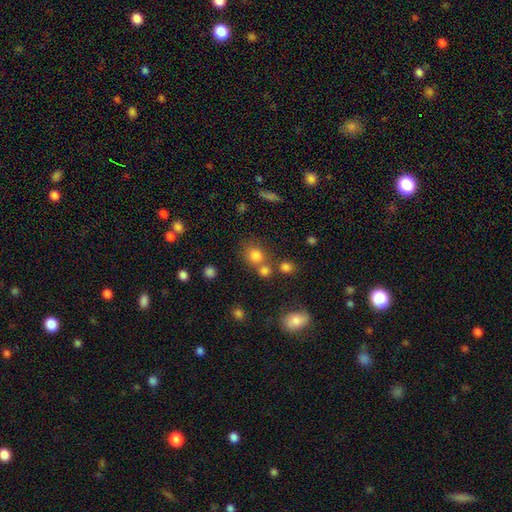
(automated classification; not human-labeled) Smooth or featured? smooth (78%)
How rounded? round (78%)
Merging? none (58%)